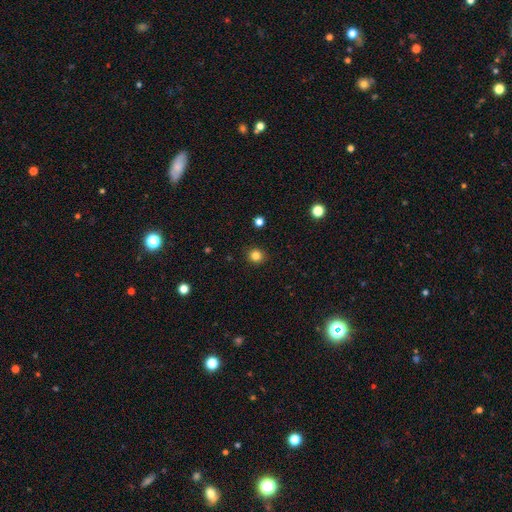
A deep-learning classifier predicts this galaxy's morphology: A smooth galaxy with no disk features (83%) that is round (90%). Merging: none (91%).